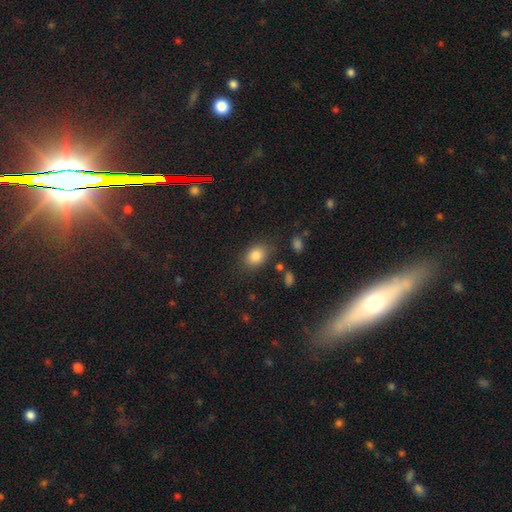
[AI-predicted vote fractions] smooth-or-featured: smooth: 84% | star or artifact: 9% | featured or disk: 7%
  how-rounded: in between: 72% | round: 27% | cigar-shaped: 1%
  merging: none: 80% | minor disturbance: 13% | major disturbance: 4% | merger: 3%